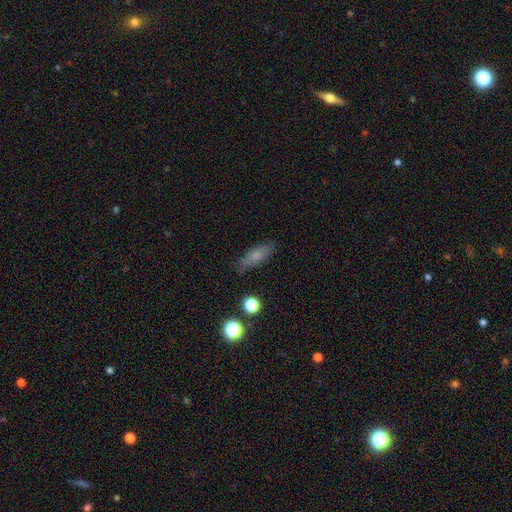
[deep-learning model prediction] Smooth or featured? smooth (72%)
How rounded? in between (58%)
Merging? none (78%)